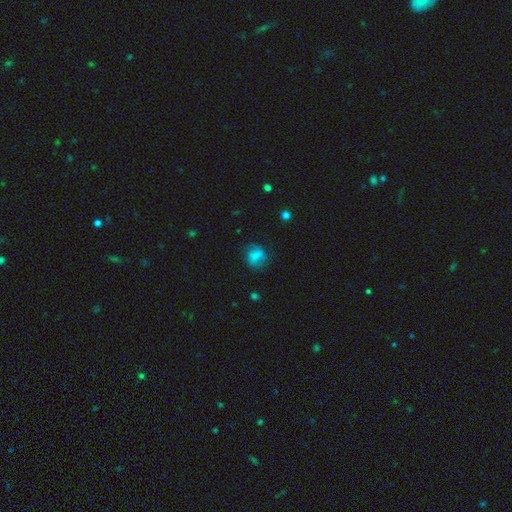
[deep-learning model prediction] Smooth or featured: smooth — 69% (featured or disk — 20%)
How rounded: round — 65% (in between — 34%)
Merging: none — 65% (minor disturbance — 22%)